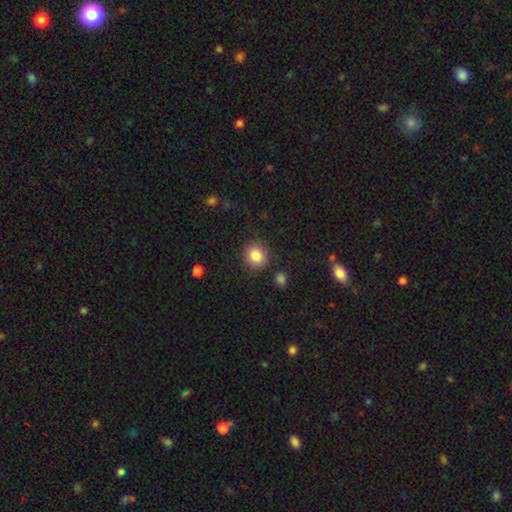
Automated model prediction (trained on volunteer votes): This appears to be a smooth galaxy with no disk features (85%) that is round (84%). Merging: none (85%).